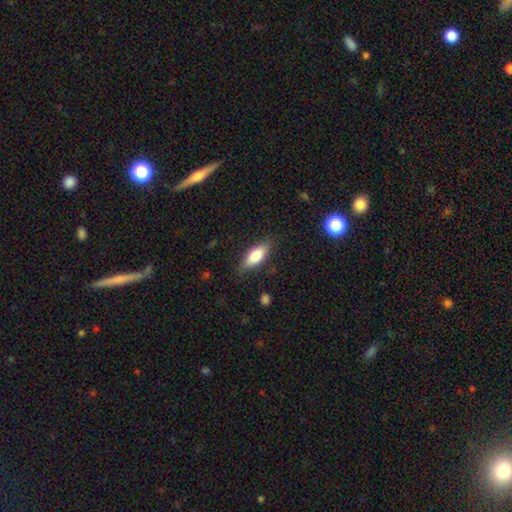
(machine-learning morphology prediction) A smooth galaxy with no disk features (72%) that is in between round and cigar-shaped (70%).

Vote fractions:
- Smooth or featured? smooth: 72% / featured or disk: 21% / star or artifact: 7%
- How rounded? in between: 70% / cigar-shaped: 27% / round: 3%
- Merging? none: 81% / minor disturbance: 14% / major disturbance: 3% / merger: 1%